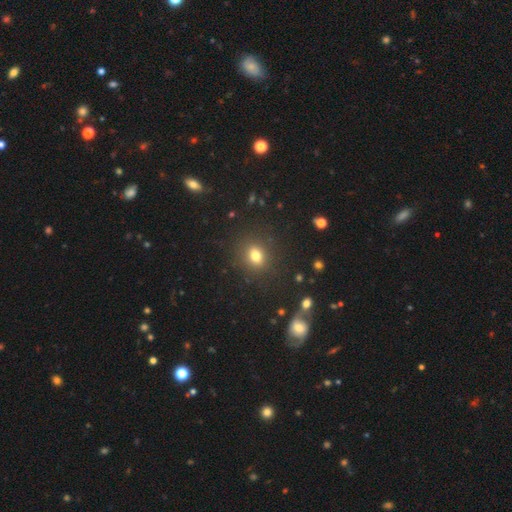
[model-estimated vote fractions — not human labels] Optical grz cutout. It shows a smooth galaxy with no disk features (78%) that is round (53%). Merging: none (86%).